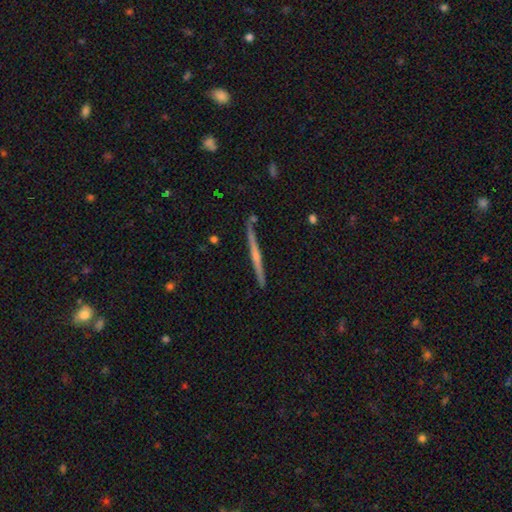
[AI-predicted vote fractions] smooth_or_featured: featured or disk (p=0.74) [alt: smooth p=0.20]
disk_edge_on: yes (p=0.98) [alt: no p=0.02]
edge_on_bulge: rounded (p=0.65) [alt: none p=0.28]
merging: none (p=0.87) [alt: minor disturbance p=0.09]